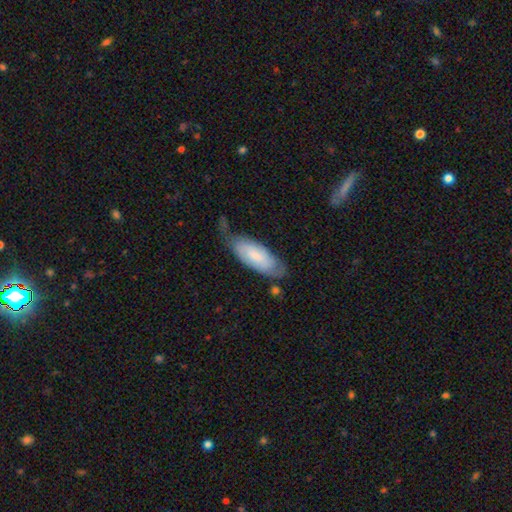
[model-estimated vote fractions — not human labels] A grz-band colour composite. It shows a smooth galaxy with no disk features (62%) that is in between round and cigar-shaped (75%). Merging: none (50%).